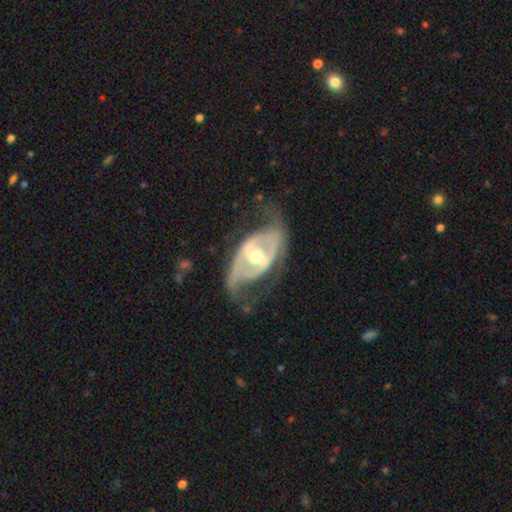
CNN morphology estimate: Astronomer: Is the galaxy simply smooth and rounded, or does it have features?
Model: featured or disk — 85%.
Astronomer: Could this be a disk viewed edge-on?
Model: no — 94%.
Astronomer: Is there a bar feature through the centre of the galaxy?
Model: strong — 45% (runner-up: weak, 37%).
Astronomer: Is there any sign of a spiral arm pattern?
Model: yes — 78%.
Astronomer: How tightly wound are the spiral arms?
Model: medium — 45% (runner-up: loose, 31%).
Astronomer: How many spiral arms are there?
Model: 2 — 81%.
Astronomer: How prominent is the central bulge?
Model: moderate — 64%.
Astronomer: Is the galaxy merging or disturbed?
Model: none — 60%.